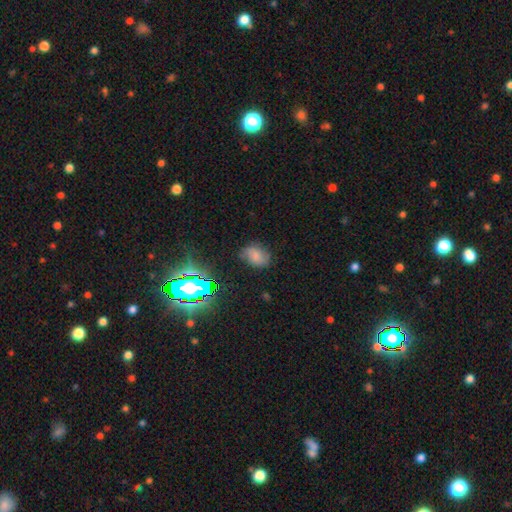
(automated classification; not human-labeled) Smooth or featured? smooth (66%)
How rounded? in between (78%)
Merging? none (69%)